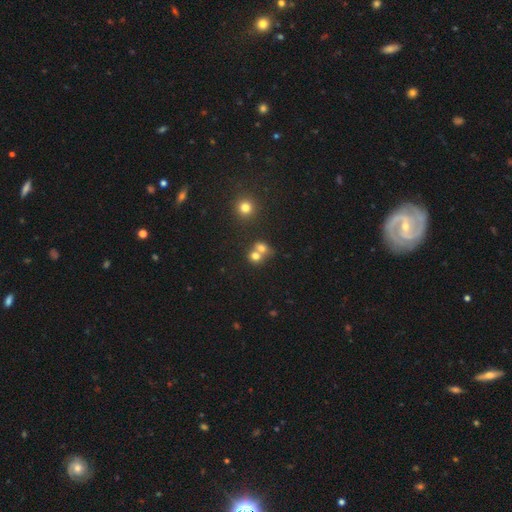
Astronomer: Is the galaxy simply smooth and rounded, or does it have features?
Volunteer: smooth — 79%.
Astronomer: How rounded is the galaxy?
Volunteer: round — 81%.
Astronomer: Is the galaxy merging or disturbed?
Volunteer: merger — 68%.